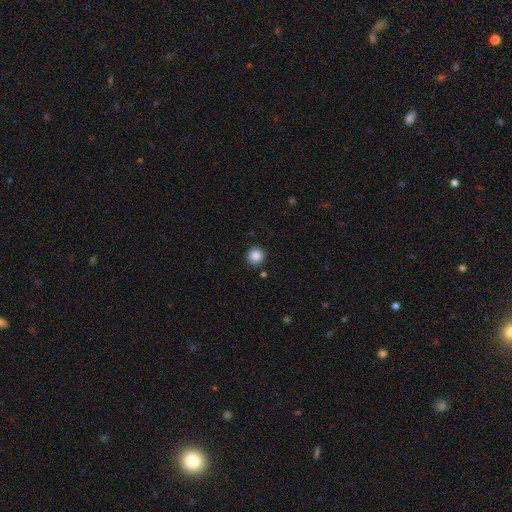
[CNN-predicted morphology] A smooth galaxy with no disk features (86%) that is round (94%). Merging: none (90%).